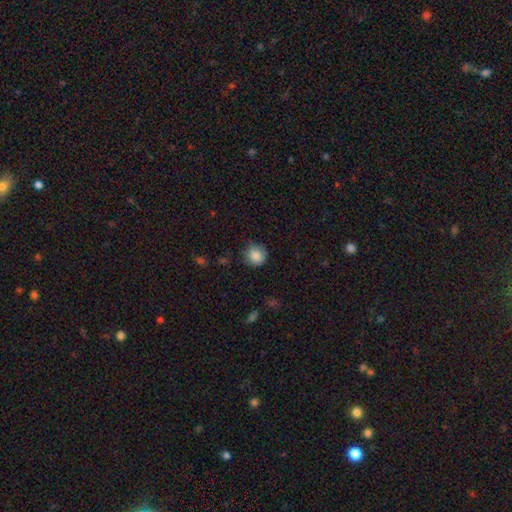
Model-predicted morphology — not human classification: smooth 86%, star or artifact 9%, featured or disk 6%. Down the decision tree: how rounded — round (87%); merging — none (74%).